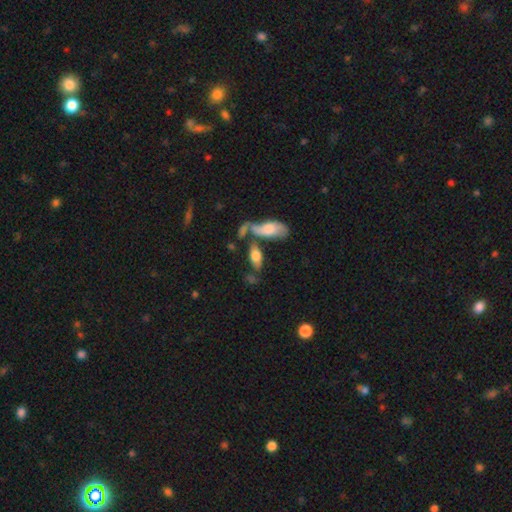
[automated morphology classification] Smooth or featured?
  - smooth: 67% *
  - featured or disk: 25%
  - star or artifact: 7%
How rounded?
  - in between: 80% *
  - cigar-shaped: 16%
  - round: 3%
Merging?
  - none: 51% *
  - merger: 27%
  - minor disturbance: 14%
  - major disturbance: 7%